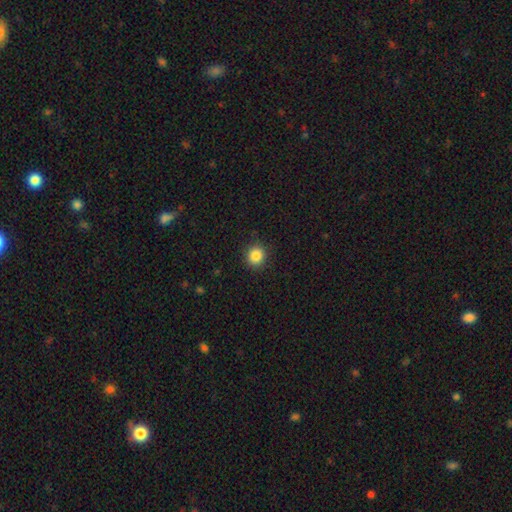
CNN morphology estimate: smooth_or_featured: smooth (p=0.86) [alt: star or artifact p=0.11]
how_rounded: round (p=0.86) [alt: in between p=0.13]
merging: none (p=0.90) [alt: minor disturbance p=0.07]